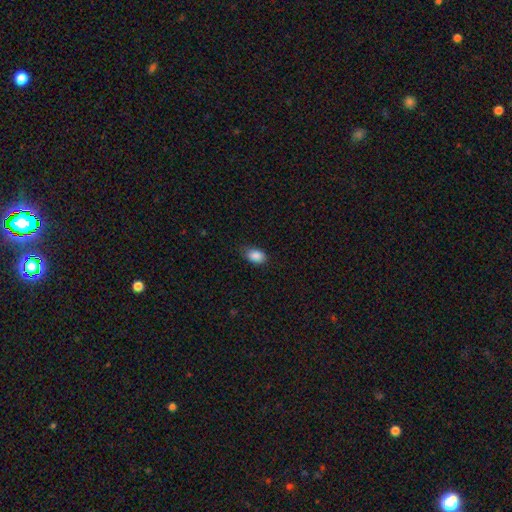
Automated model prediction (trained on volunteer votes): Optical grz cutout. It shows a smooth galaxy with no disk features (88%) that is in between round and cigar-shaped (86%). Merging: none (74%).